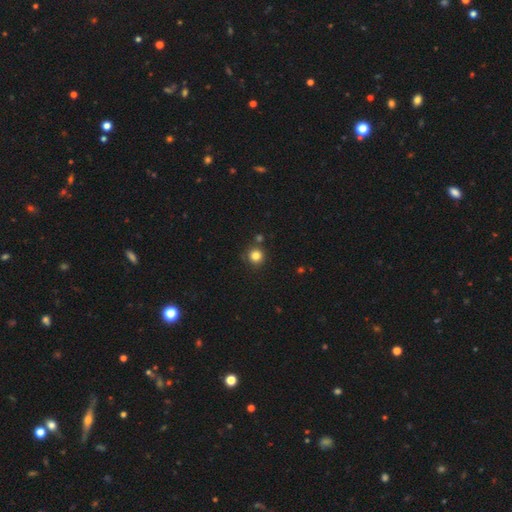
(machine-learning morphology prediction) Smooth or featured: smooth — 83% (star or artifact — 12%)
How rounded: round — 94% (in between — 5%)
Merging: none — 83% (minor disturbance — 8%)